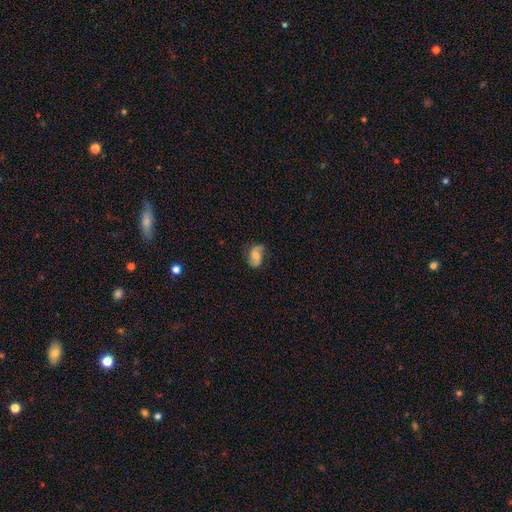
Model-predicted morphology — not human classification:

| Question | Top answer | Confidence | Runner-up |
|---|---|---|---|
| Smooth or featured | featured or disk | 55% | smooth (36%) |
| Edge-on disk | no | 97% | yes (3%) |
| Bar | no | 50% | weak (38%) |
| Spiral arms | yes | 90% | no (10%) |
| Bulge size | moderate | 41% | small (33%) |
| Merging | none | 70% | minor disturbance (21%) |